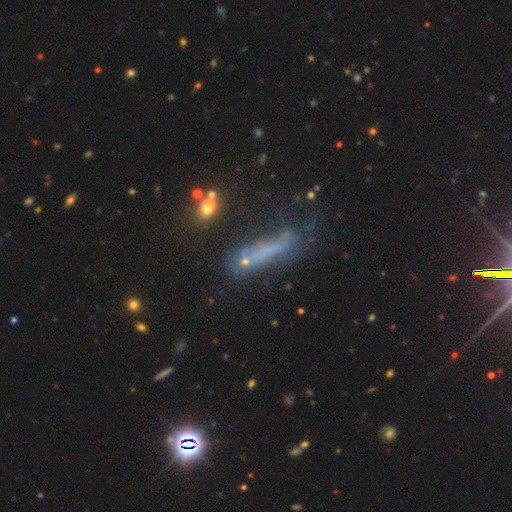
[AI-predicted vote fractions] Smooth or featured? Predicted: smooth (p=0.44). Merging? Predicted: none (p=0.39).